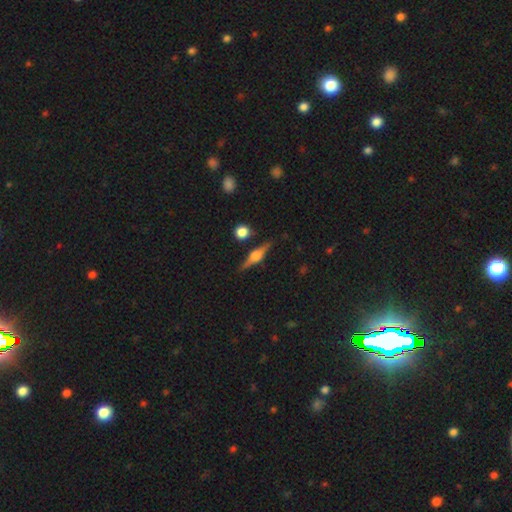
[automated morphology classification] This appears to be a featured or disk galaxy (76%) viewed edge-on (97%) with a rounded central bulge (91%). Merging: none (86%).